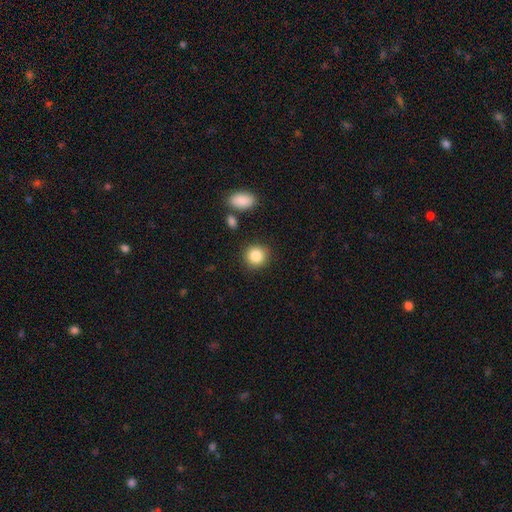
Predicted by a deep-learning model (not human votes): Overall: smooth (86%). How rounded: round (88%). Merging: none (87%).